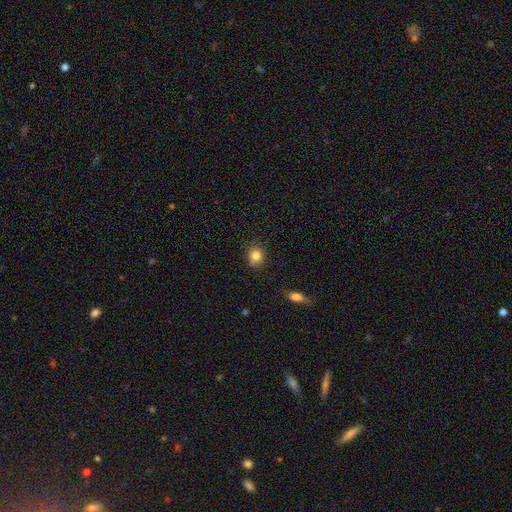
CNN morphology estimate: smooth_or_featured: smooth (p=0.82) [alt: star or artifact p=0.11]
how_rounded: round (p=0.66) [alt: in between p=0.33]
merging: none (p=0.76) [alt: minor disturbance p=0.18]